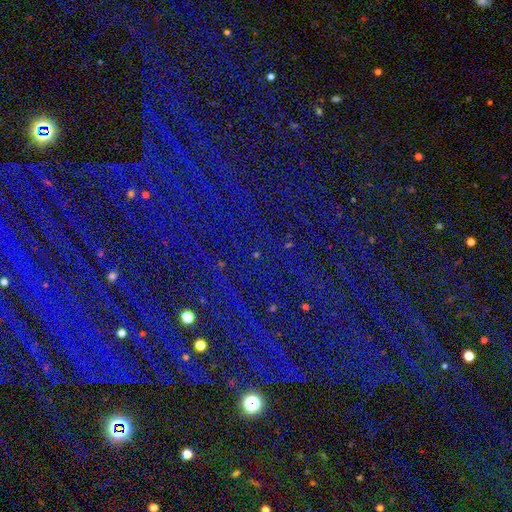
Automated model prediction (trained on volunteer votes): Smooth or featured? star or artifact (86%)